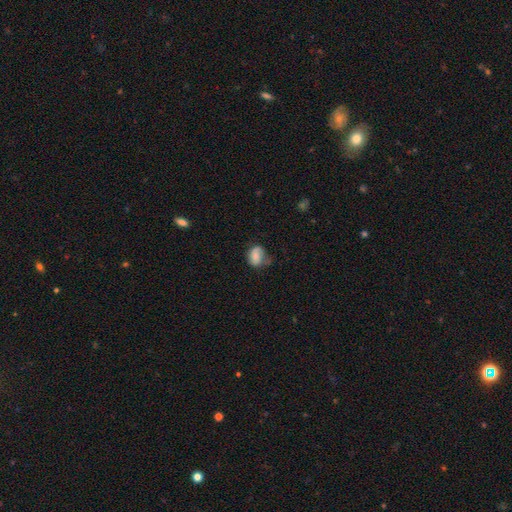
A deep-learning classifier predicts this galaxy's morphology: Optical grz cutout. It shows a smooth galaxy with no disk features (71%) that is in between round and cigar-shaped (63%). Merging: none (45%).